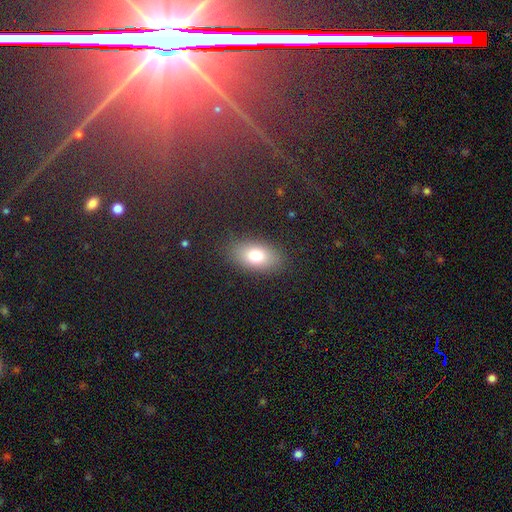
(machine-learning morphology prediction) Smooth or featured? smooth (76%)
How rounded? in between (87%)
Merging? none (86%)